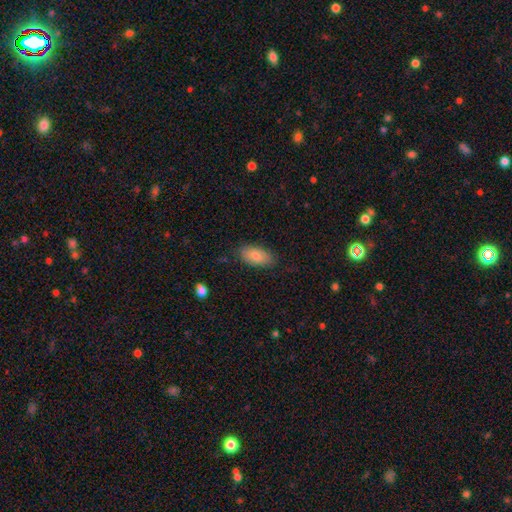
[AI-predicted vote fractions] Smooth or featured: smooth — 81% (featured or disk — 12%)
How rounded: in between — 93% (cigar-shaped — 4%)
Merging: none — 82% (minor disturbance — 14%)